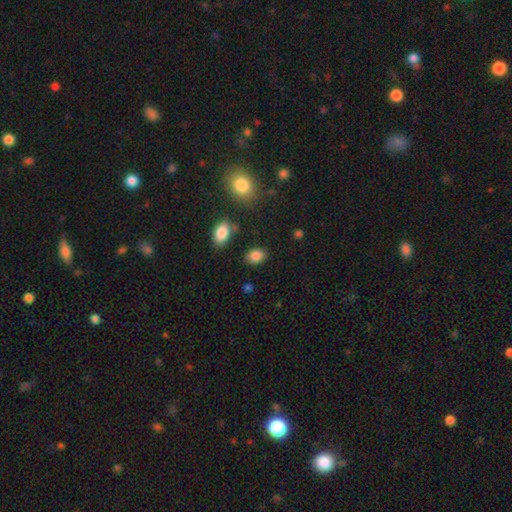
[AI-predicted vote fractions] This appears to be a smooth galaxy with no disk features (86%) that is in between round and cigar-shaped (72%). Merging: none (83%).